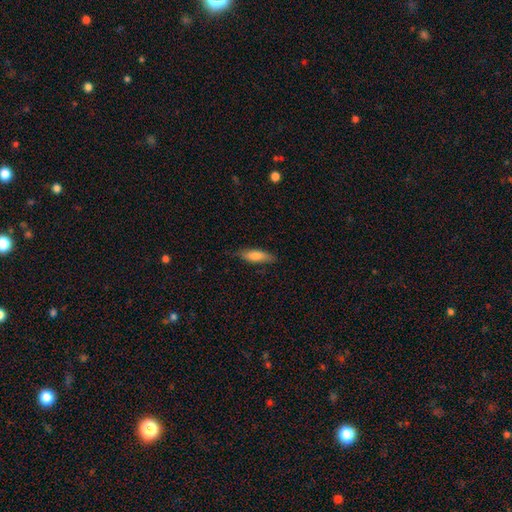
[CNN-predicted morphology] Smooth or featured: smooth — 81% (featured or disk — 13%)
How rounded: in between — 51% (cigar-shaped — 47%)
Merging: none — 79% (minor disturbance — 17%)